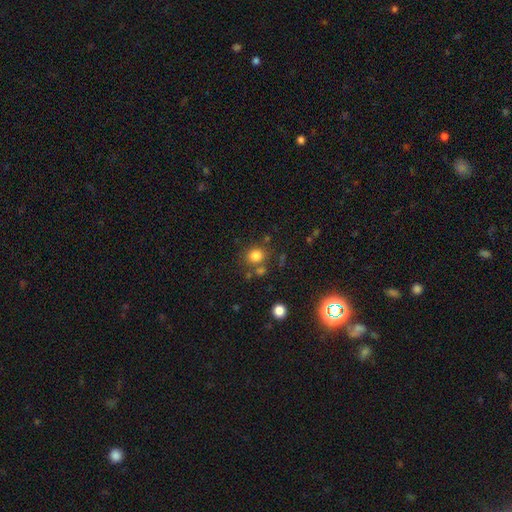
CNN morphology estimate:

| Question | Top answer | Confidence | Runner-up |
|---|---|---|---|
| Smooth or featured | smooth | 80% | star or artifact (13%) |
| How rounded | round | 78% | in between (21%) |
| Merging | none | 72% | merger (12%) |